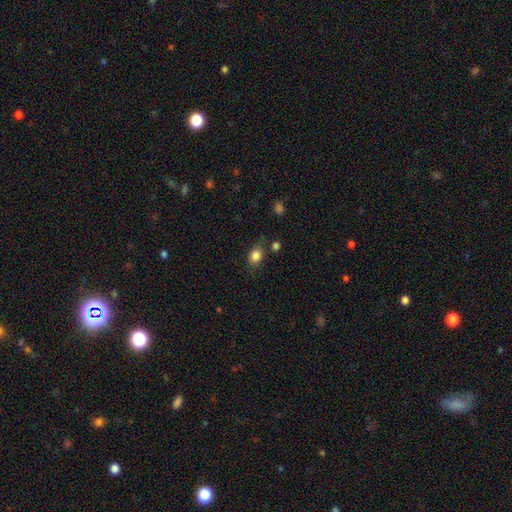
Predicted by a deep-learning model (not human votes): Overall: smooth (84%). How rounded: in between (64%; round 35%). Merging: none (73%).